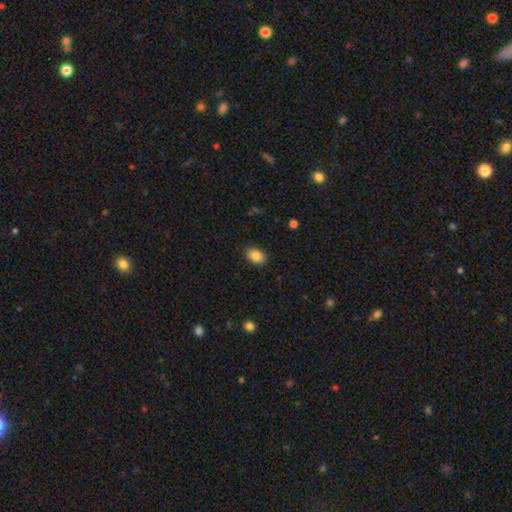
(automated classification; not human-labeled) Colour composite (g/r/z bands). It shows a smooth galaxy with no disk features (86%) that is in between round and cigar-shaped (83%). Merging: none (85%).